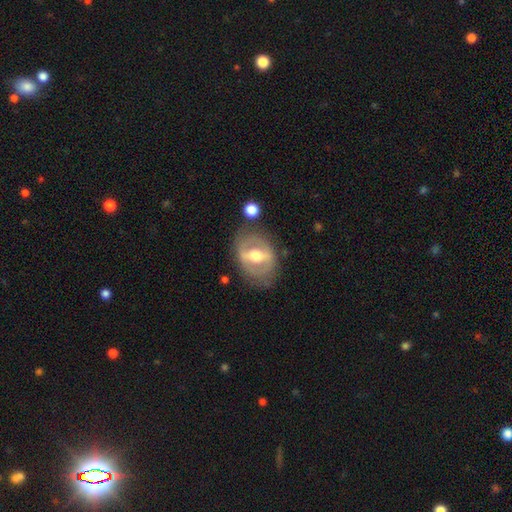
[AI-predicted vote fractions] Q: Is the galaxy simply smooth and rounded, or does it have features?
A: featured or disk — 72%.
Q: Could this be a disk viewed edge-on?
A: no — 91%.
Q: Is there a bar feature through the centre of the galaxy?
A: strong — 54%.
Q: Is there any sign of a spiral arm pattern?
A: no — 59%.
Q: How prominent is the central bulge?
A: moderate — 71%.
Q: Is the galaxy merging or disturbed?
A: none — 71%.